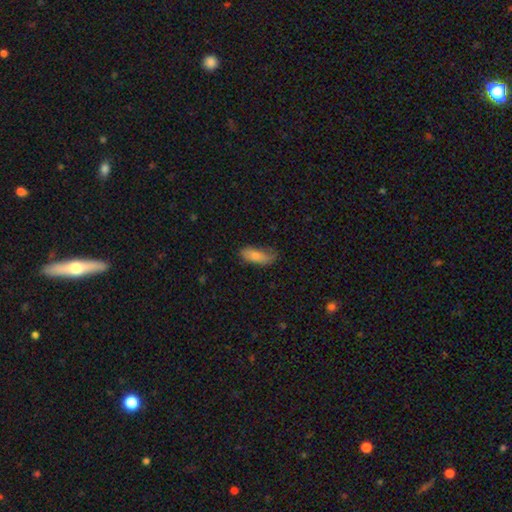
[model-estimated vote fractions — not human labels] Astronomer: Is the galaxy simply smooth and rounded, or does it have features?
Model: smooth — 80%.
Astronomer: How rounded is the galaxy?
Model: in between — 75%.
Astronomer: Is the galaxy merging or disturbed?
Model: none — 56% (runner-up: minor disturbance, 33%).